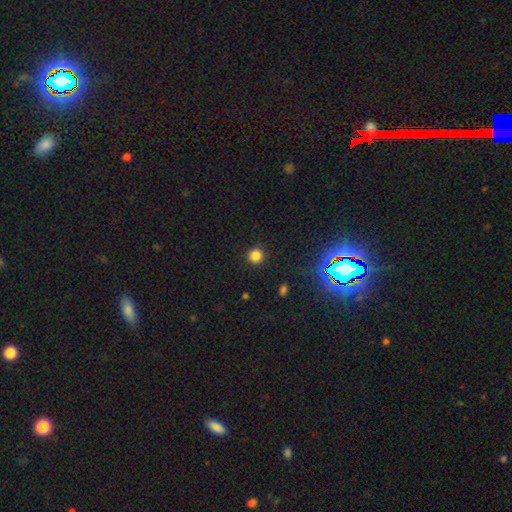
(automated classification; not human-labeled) A smooth galaxy with no disk features (81%) that is round (94%).

Vote fractions:
- Smooth or featured? smooth: 81% / star or artifact: 15% / featured or disk: 4%
- How rounded? round: 94% / in between: 5% / cigar-shaped: 1%
- Merging? none: 91% / minor disturbance: 5% / major disturbance: 2% / merger: 1%